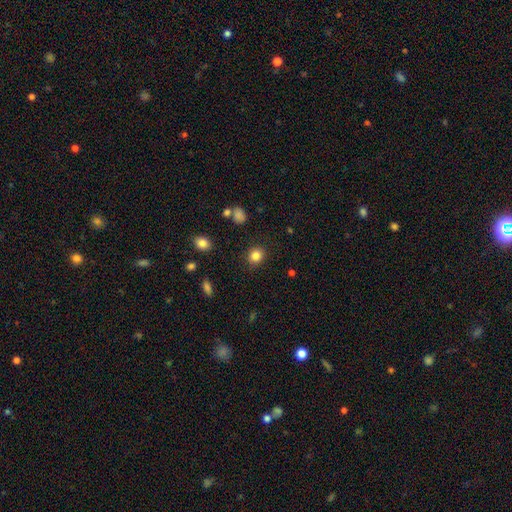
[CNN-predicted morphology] smooth 83%, star or artifact 11%, featured or disk 5%. Down the decision tree: how rounded — round (76%); merging — none (88%).